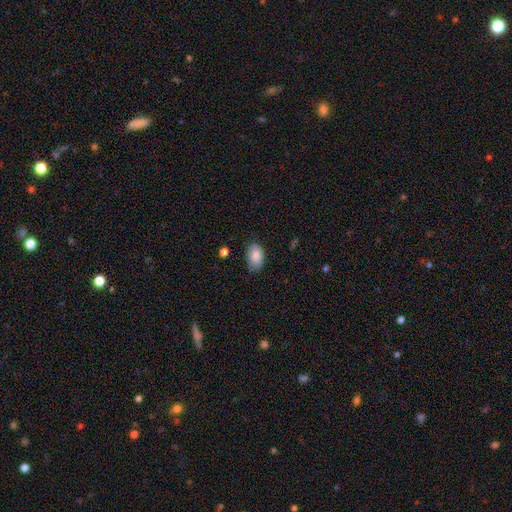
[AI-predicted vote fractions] smooth_or_featured: smooth (p=0.86) [alt: featured or disk p=0.07]
how_rounded: in between (p=0.91) [alt: round p=0.08]
merging: none (p=0.73) [alt: minor disturbance p=0.21]